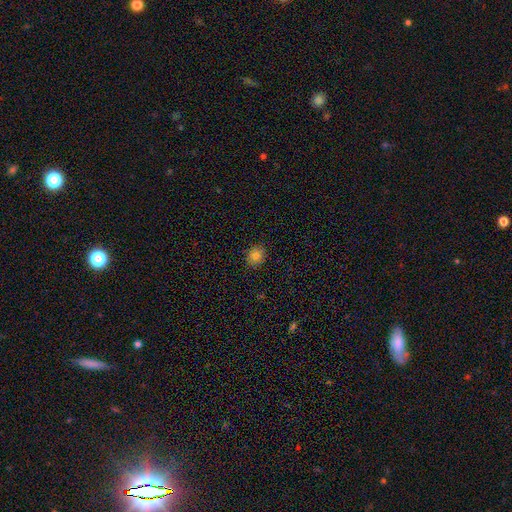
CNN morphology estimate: Smooth or featured?
  - smooth: 79% *
  - star or artifact: 12%
  - featured or disk: 9%
How rounded?
  - round: 71% *
  - in between: 28%
  - cigar-shaped: 1%
Merging?
  - none: 88% *
  - minor disturbance: 9%
  - major disturbance: 2%
  - merger: 1%